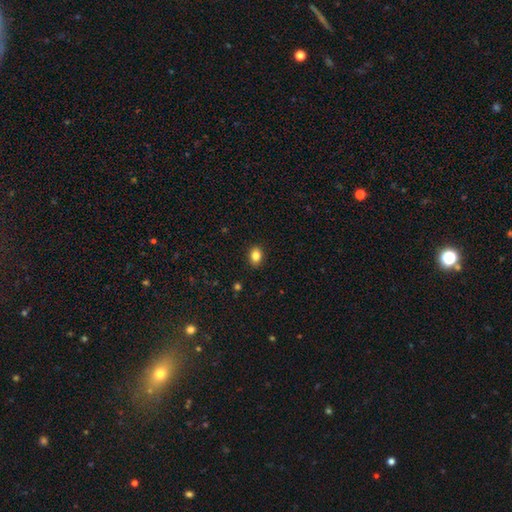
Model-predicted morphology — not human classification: This is clearly a smooth galaxy (85%). How rounded: likely in between (68%). Merging: clearly none (90%).